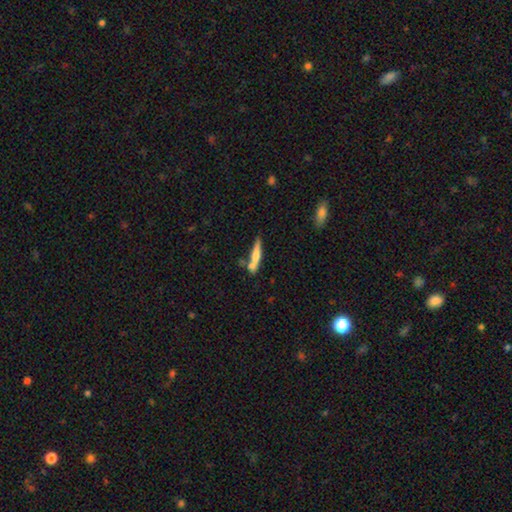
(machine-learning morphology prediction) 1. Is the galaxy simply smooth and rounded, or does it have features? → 57% smooth, 37% featured or disk, 6% star or artifact.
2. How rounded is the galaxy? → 87% cigar-shaped, 11% in between, 2% round.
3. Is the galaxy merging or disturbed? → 58% none, 24% merger, 14% minor disturbance, 4% major disturbance.